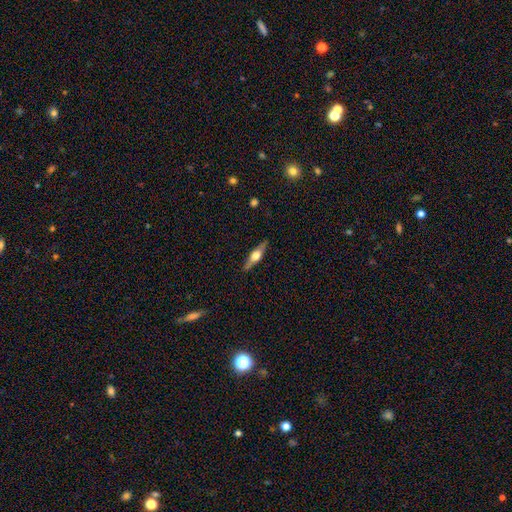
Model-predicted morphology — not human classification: Overall: featured or disk (63%; smooth 31%). Edge-on disk: yes (95%). Edge-on bulge: rounded (93%). Merging: none (88%).